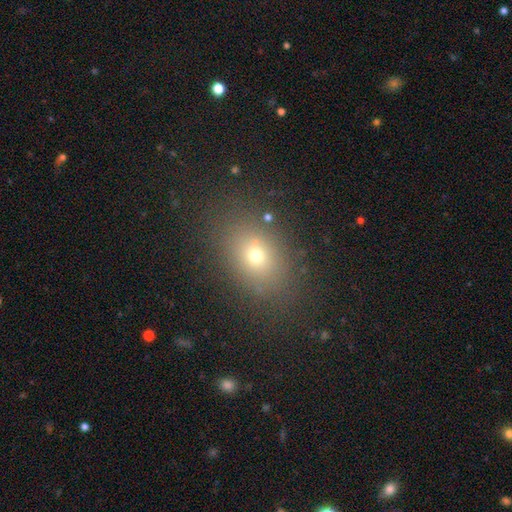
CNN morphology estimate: Overall: smooth (66%). How rounded: in between (64%; round 34%). Merging: none (82%).